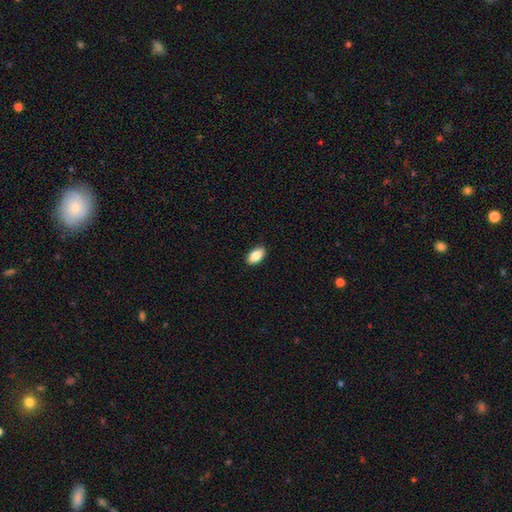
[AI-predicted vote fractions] A smooth galaxy with no disk features (86%) that is in between round and cigar-shaped (93%). Merging: none (88%).